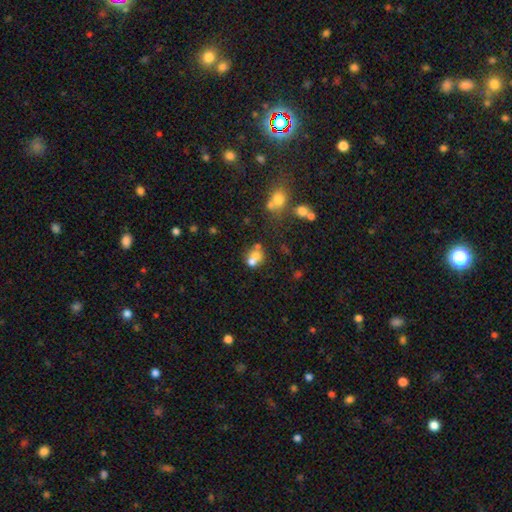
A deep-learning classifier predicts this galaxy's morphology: smooth-or-featured: smooth: 61% | featured or disk: 23% | star or artifact: 16%
  how-rounded: round: 66% | in between: 33% | cigar-shaped: 1%
  merging: merger: 52% | none: 33% | minor disturbance: 9% | major disturbance: 6%